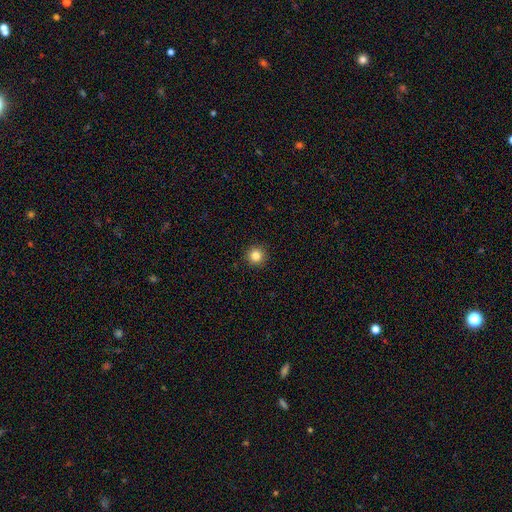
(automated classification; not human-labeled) Smooth or featured?
  - smooth: 84% *
  - star or artifact: 11%
  - featured or disk: 5%
How rounded?
  - round: 95% *
  - in between: 4%
  - cigar-shaped: 1%
Merging?
  - none: 93% *
  - minor disturbance: 5%
  - major disturbance: 2%
  - merger: 1%